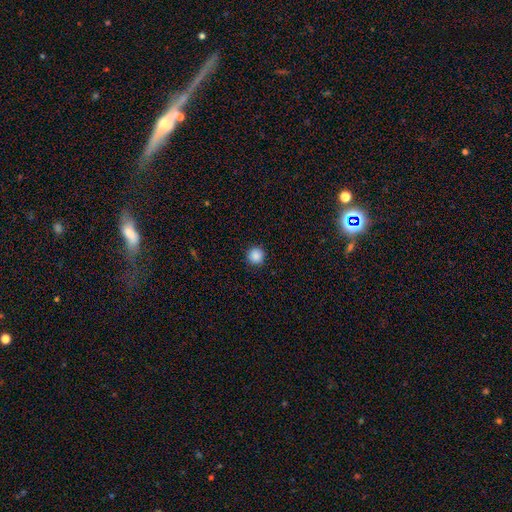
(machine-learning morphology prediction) The model was most divided on "smooth or featured": smooth: 88%, star or artifact: 9%, featured or disk: 3%. More confident: how rounded — round (96%); merging — none (92%).